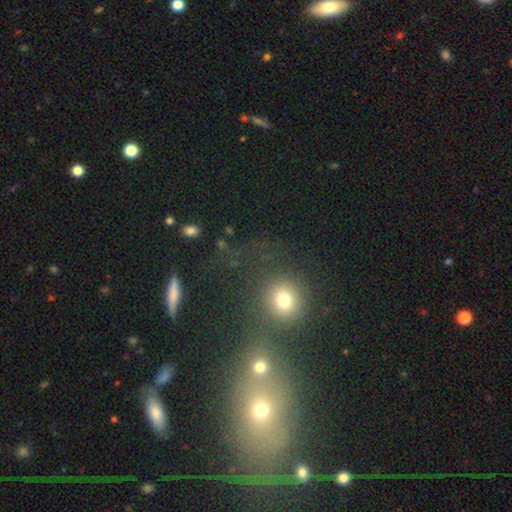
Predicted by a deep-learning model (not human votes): The model was most divided on "smooth or featured": smooth: 54%, star or artifact: 35%, featured or disk: 11%. More confident: how rounded — round (81%); merging — none (61%).